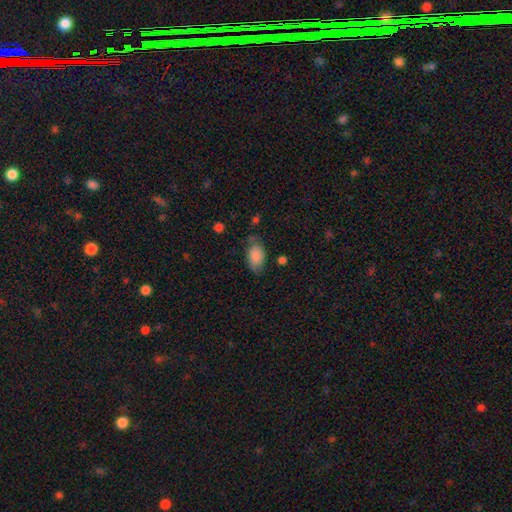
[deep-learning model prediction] Q: Smooth or featured?
A: smooth (84%); runner-up: featured or disk (9%)
Q: How rounded?
A: in between (93%); runner-up: round (5%)
Q: Merging?
A: none (65%); runner-up: minor disturbance (25%)